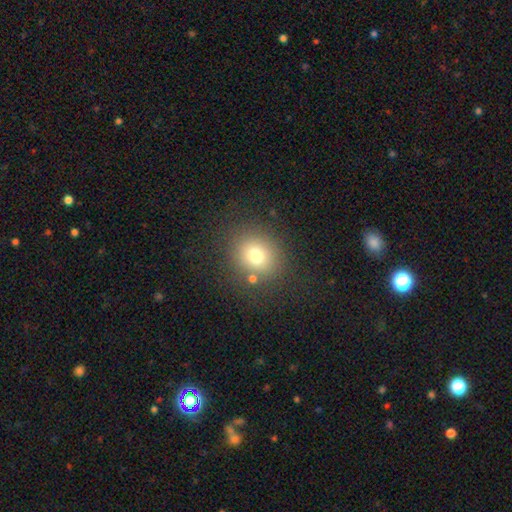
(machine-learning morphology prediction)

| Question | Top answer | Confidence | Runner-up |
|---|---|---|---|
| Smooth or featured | smooth | 74% | star or artifact (15%) |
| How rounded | round | 78% | in between (21%) |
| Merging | none | 79% | minor disturbance (10%) |